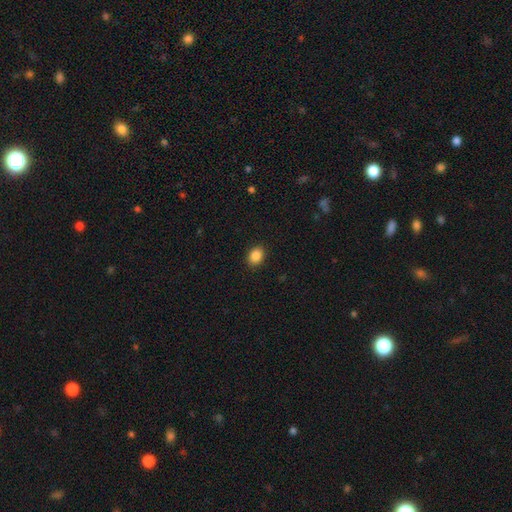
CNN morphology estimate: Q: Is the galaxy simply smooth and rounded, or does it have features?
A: smooth — 88%.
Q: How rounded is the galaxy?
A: in between — 64%.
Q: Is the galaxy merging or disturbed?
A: none — 90%.